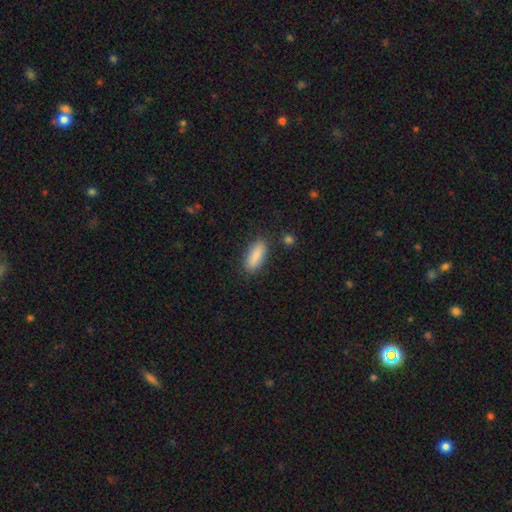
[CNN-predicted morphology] The model was most divided on "how rounded": in between: 67%, cigar-shaped: 31%, round: 2%. More confident: smooth or featured — smooth (87%); merging — none (84%).